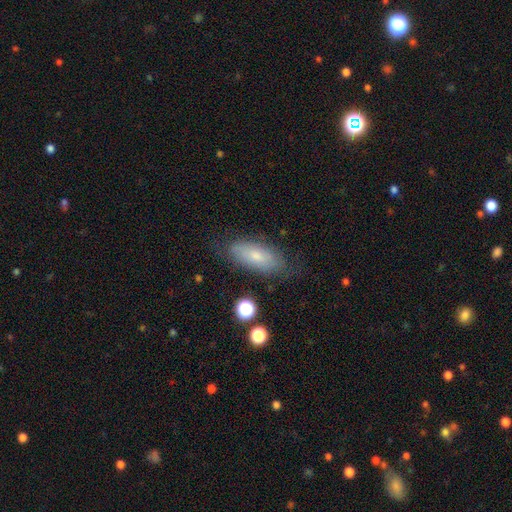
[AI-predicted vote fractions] A smooth galaxy with no disk features (63%) that is in between round and cigar-shaped (79%). Merging: none (74%).